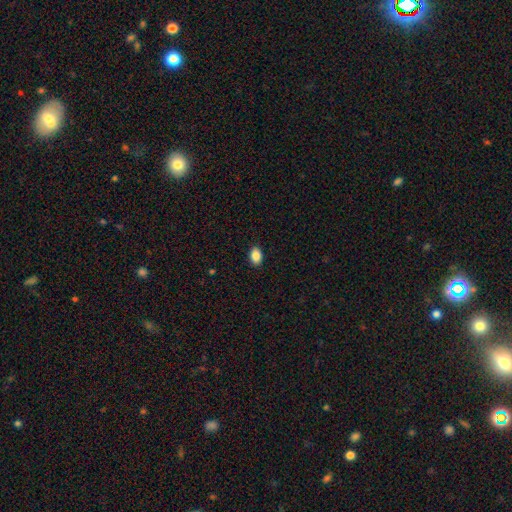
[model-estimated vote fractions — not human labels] Smooth or featured: smooth — 88% (star or artifact — 8%)
How rounded: in between — 84% (round — 14%)
Merging: none — 89% (minor disturbance — 8%)